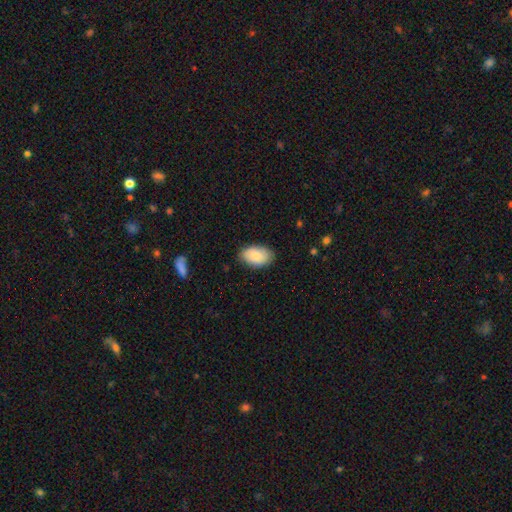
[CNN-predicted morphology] smooth 82%, featured or disk 12%, star or artifact 6%. Down the decision tree: how rounded — in between (92%); merging — none (82%).